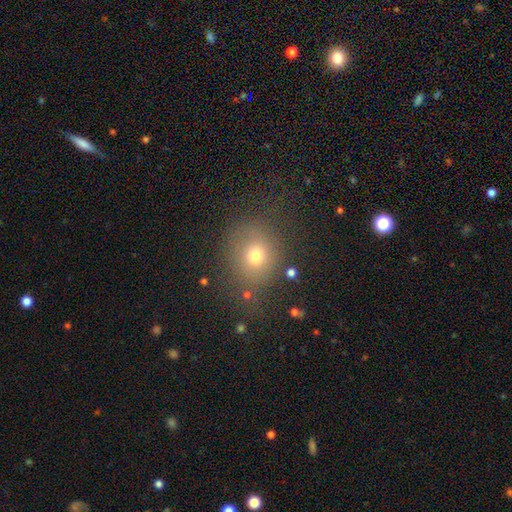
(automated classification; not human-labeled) This appears to be a smooth galaxy with no disk features (69%) that is round (70%). Merging: none (74%).